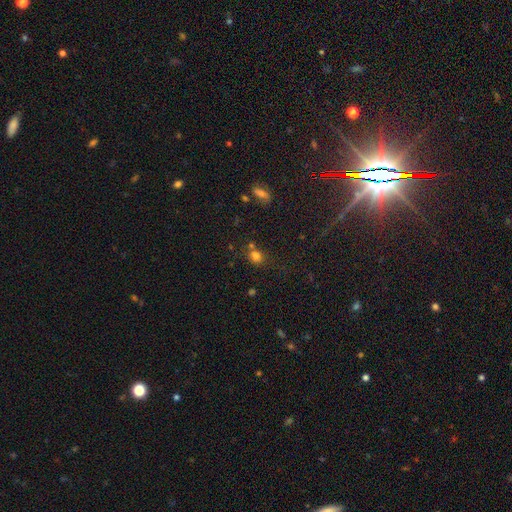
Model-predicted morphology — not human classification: Q: Smooth or featured?
A: smooth (71%); runner-up: star or artifact (20%)
Q: How rounded?
A: round (64%); runner-up: in between (34%)
Q: Merging?
A: none (57%); runner-up: merger (25%)